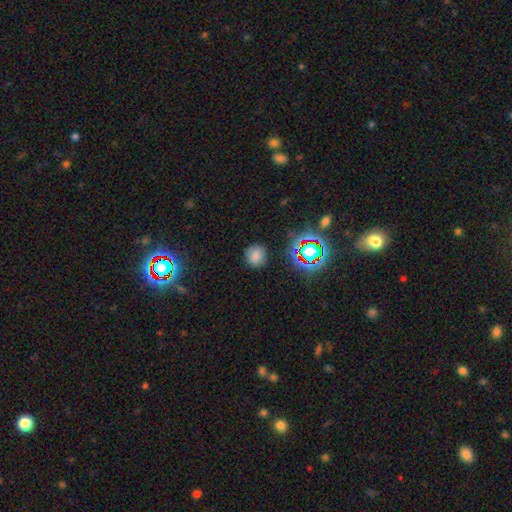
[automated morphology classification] Smooth or featured?
  - smooth: 74% *
  - star or artifact: 18%
  - featured or disk: 8%
How rounded?
  - round: 87% *
  - in between: 12%
  - cigar-shaped: 1%
Merging?
  - none: 85% *
  - minor disturbance: 10%
  - major disturbance: 3%
  - merger: 2%